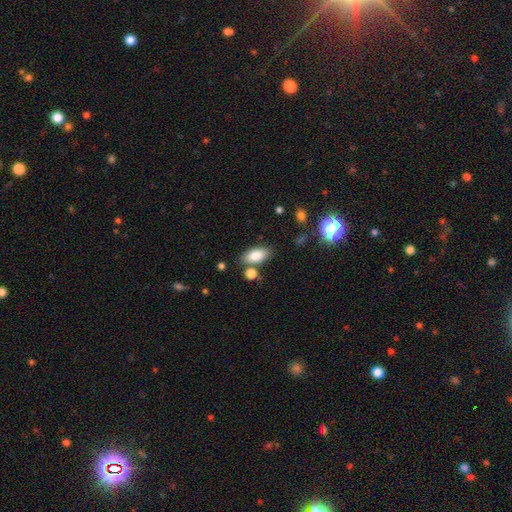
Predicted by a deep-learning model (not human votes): Smooth or featured? Predicted: smooth (p=0.84). How rounded? Predicted: in between (p=0.90). Merging? Predicted: none (p=0.76).